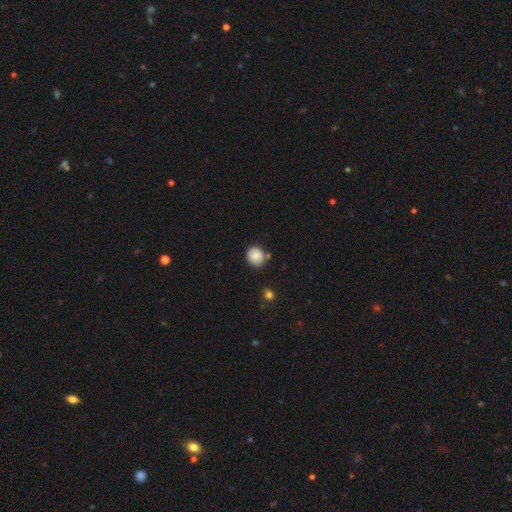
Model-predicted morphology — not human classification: Smooth or featured: smooth — 86% (star or artifact — 8%)
How rounded: round — 81% (in between — 18%)
Merging: none — 78% (minor disturbance — 14%)